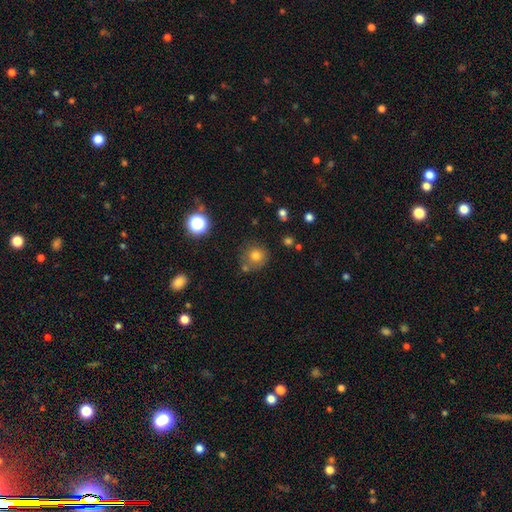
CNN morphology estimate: This is likely a smooth galaxy (76%). How rounded: clearly round (91%). Merging: likely none (71%).